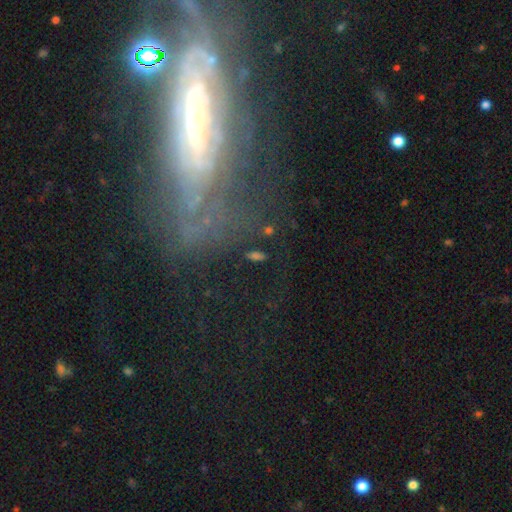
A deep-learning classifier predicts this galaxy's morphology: This appears to be a smooth galaxy with no disk features (40%). Merging: none (70%).